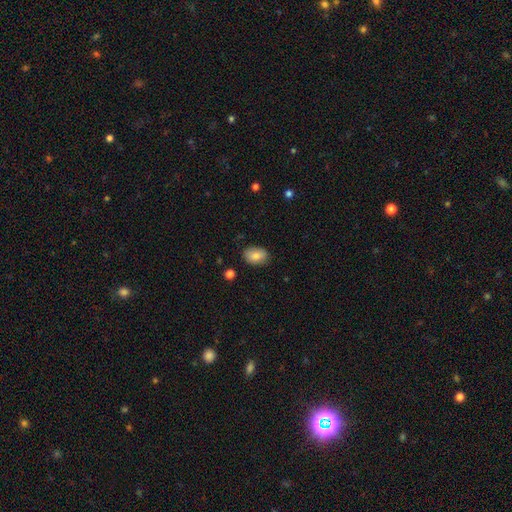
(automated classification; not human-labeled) smooth-or-featured: smooth: 81% | featured or disk: 11% | star or artifact: 8%
  how-rounded: in between: 85% | round: 14% | cigar-shaped: 1%
  merging: none: 84% | minor disturbance: 12% | major disturbance: 2% | merger: 1%